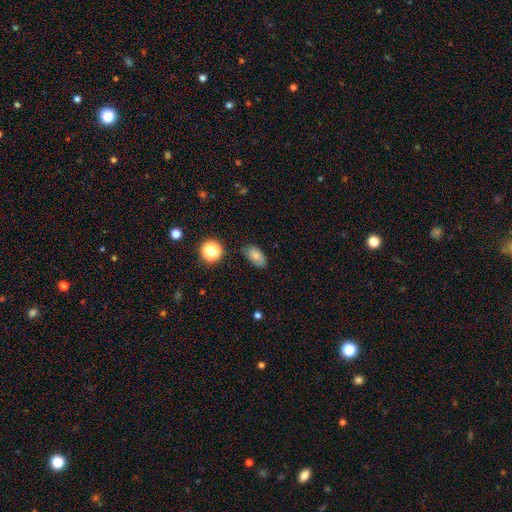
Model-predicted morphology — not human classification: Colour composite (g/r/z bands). It shows a smooth galaxy with no disk features (76%) that is in between round and cigar-shaped (90%). Merging: none (77%).